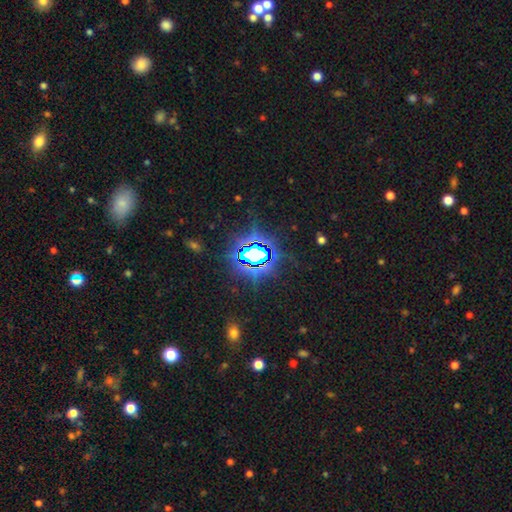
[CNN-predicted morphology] Smooth or featured: star or artifact — 79% (smooth — 11%)